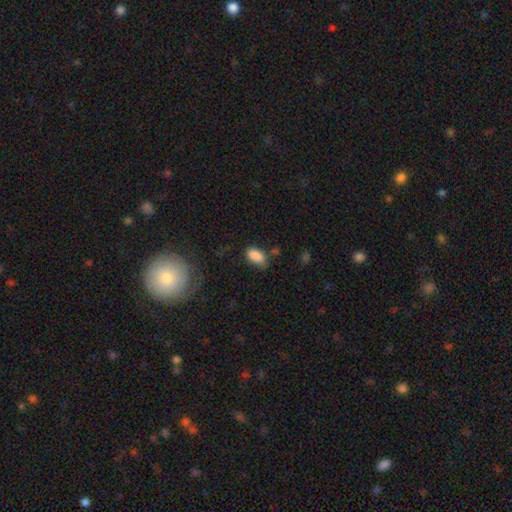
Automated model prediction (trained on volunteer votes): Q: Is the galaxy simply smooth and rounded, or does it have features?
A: smooth — 87%.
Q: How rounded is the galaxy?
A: in between — 92%.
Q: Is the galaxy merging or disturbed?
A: none — 66%.